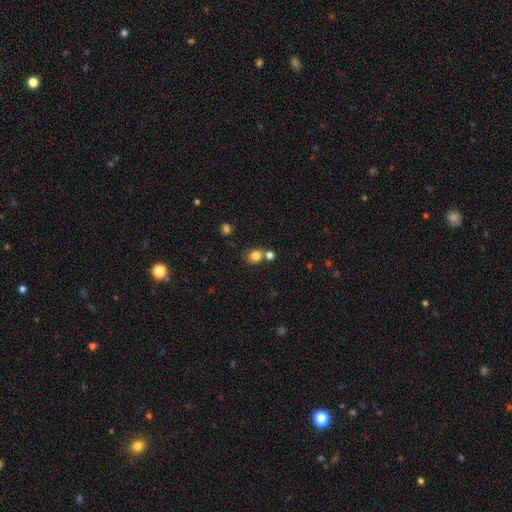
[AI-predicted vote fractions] smooth 81%, star or artifact 12%, featured or disk 6%. Down the decision tree: how rounded — round (73%); merging — none (61%).